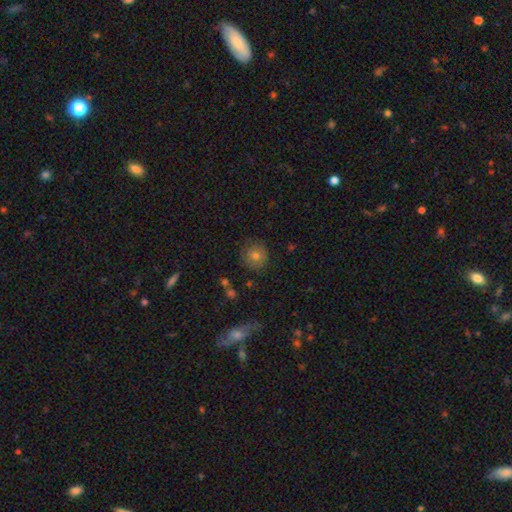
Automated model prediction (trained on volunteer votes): smooth-or-featured: smooth: 73% | star or artifact: 14% | featured or disk: 14%
  how-rounded: round: 92% | in between: 6% | cigar-shaped: 1%
  merging: none: 86% | minor disturbance: 10% | major disturbance: 2% | merger: 2%